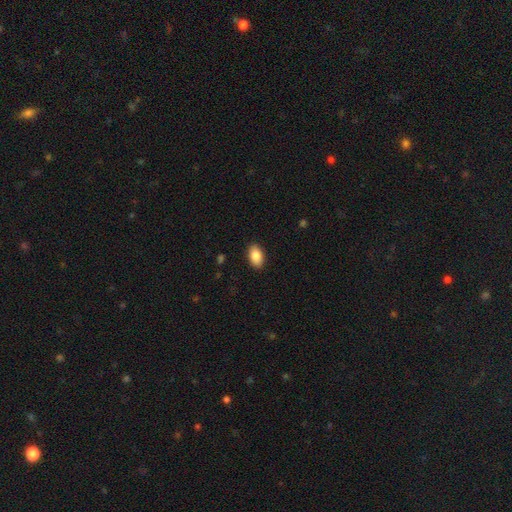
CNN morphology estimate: smooth_or_featured: smooth (p=0.86) [alt: star or artifact p=0.07]
how_rounded: in between (p=0.93) [alt: round p=0.05]
merging: none (p=0.90) [alt: minor disturbance p=0.08]